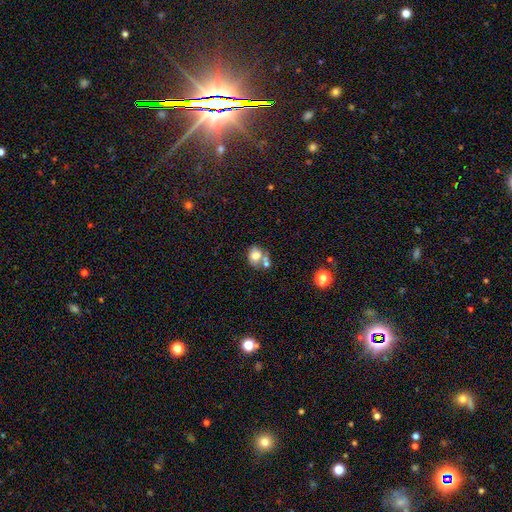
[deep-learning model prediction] Q: Smooth or featured?
A: smooth (71%); runner-up: featured or disk (18%)
Q: How rounded?
A: in between (51%); runner-up: round (48%)
Q: Merging?
A: merger (42%); runner-up: none (36%)